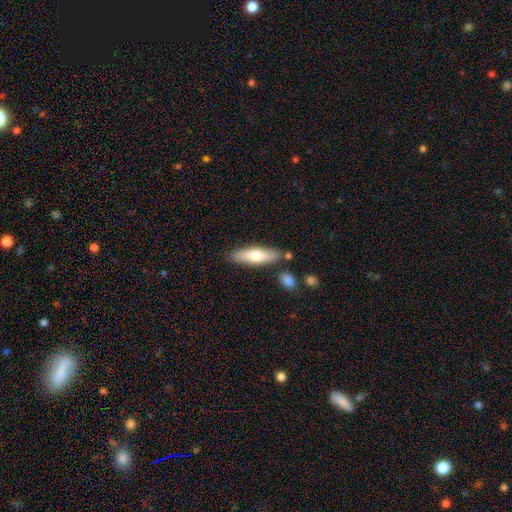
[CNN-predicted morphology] This appears to be a smooth galaxy with no disk features (67%) that is cigar-shaped (57%). Merging: none (80%).